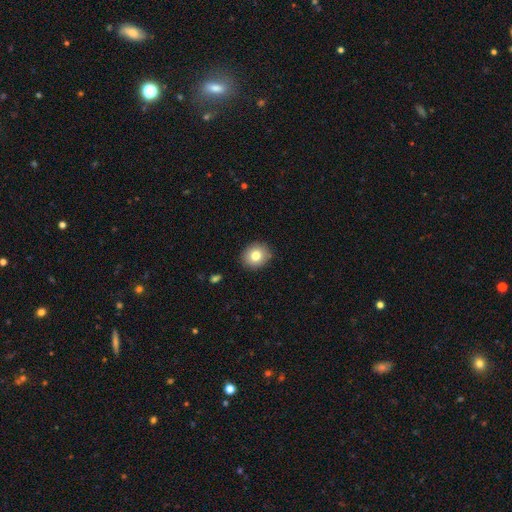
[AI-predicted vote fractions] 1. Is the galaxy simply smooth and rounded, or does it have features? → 80% smooth, 11% featured or disk, 10% star or artifact.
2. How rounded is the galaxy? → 78% round, 21% in between, 1% cigar-shaped.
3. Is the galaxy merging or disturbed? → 89% none, 8% minor disturbance, 2% major disturbance, 1% merger.